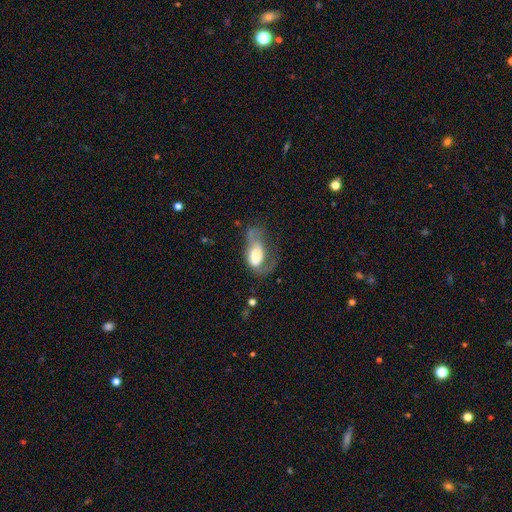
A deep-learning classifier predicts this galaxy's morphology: The model was most divided on "smooth or featured": smooth: 50%, featured or disk: 43%, star or artifact: 8%. More confident: merging — major disturbance (52%).